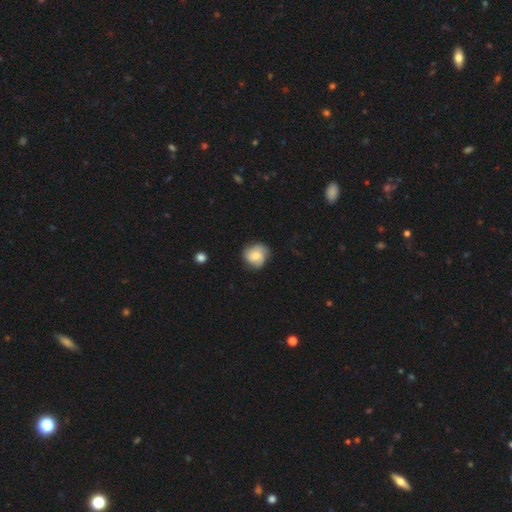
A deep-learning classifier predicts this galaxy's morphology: A smooth galaxy with no disk features (56%) that is round (80%).

Vote fractions:
- Smooth or featured? smooth: 56% / featured or disk: 37% / star or artifact: 7%
- How rounded? round: 80% / in between: 19% / cigar-shaped: 1%
- Merging? none: 68% / minor disturbance: 23% / major disturbance: 7% / merger: 2%